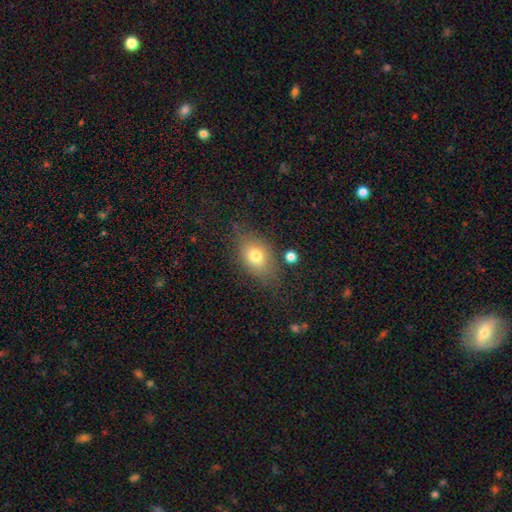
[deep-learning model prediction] Morphology: type=smooth (73%); roundness=in between (75%); merging=none (68%).